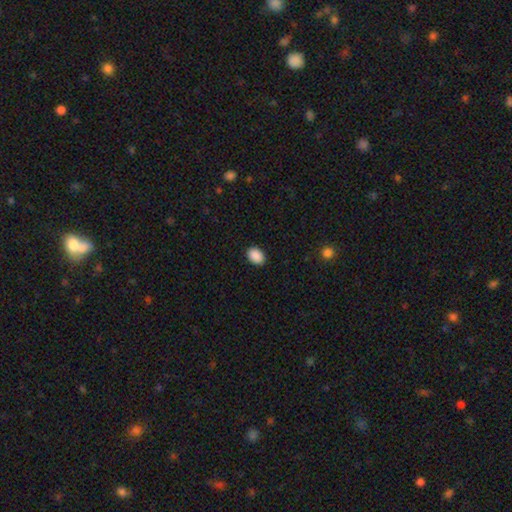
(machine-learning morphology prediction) Smooth or featured? smooth (91%)
How rounded? in between (76%)
Merging? none (90%)